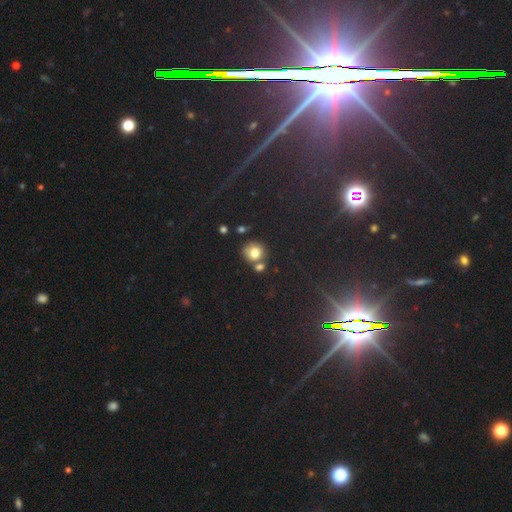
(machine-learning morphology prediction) A smooth galaxy with no disk features (78%) that is round (84%).

Vote fractions:
- Smooth or featured? smooth: 78% / star or artifact: 13% / featured or disk: 9%
- How rounded? round: 84% / in between: 15% / cigar-shaped: 1%
- Merging? none: 60% / merger: 25% / minor disturbance: 11% / major disturbance: 4%